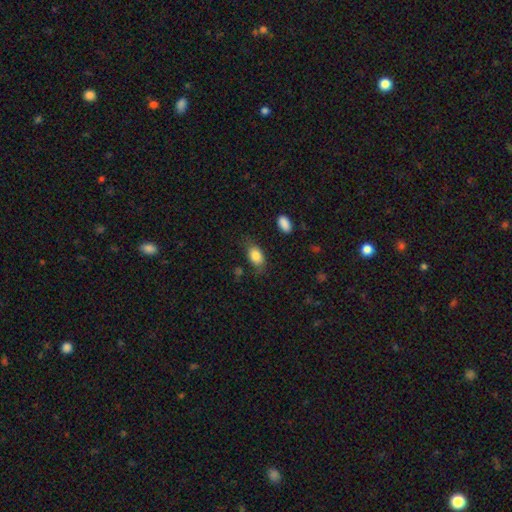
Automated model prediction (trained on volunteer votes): Overall: smooth (84%). How rounded: in between (84%). Merging: none (70%).